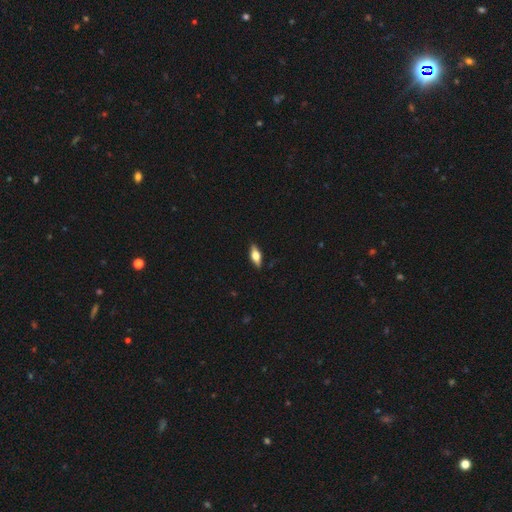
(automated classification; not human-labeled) A smooth galaxy with no disk features (55%) that is in between round and cigar-shaped (70%).

Vote fractions:
- Smooth or featured? smooth: 55% / featured or disk: 38% / star or artifact: 7%
- How rounded? in between: 70% / cigar-shaped: 27% / round: 3%
- Merging? none: 88% / minor disturbance: 9% / major disturbance: 2% / merger: 1%